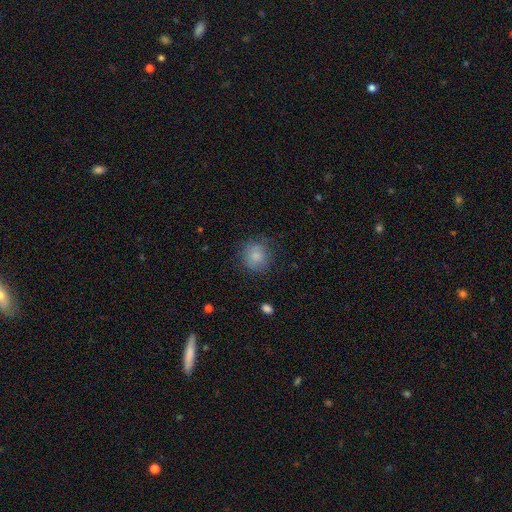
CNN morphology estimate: type=smooth (84%); roundness=round (88%); merging=none (79%).